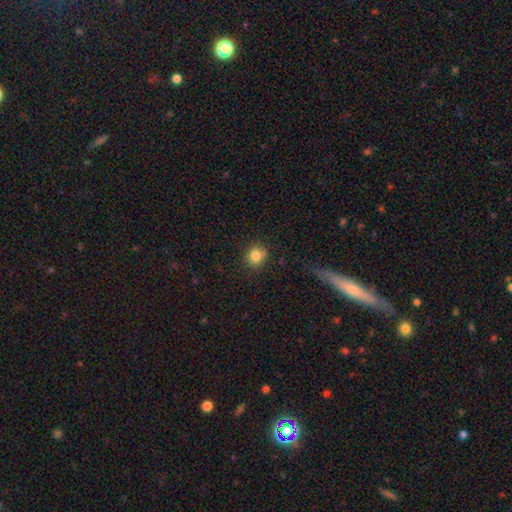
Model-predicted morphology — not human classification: This appears to be a smooth galaxy with no disk features (83%) that is round (80%). Merging: none (81%).